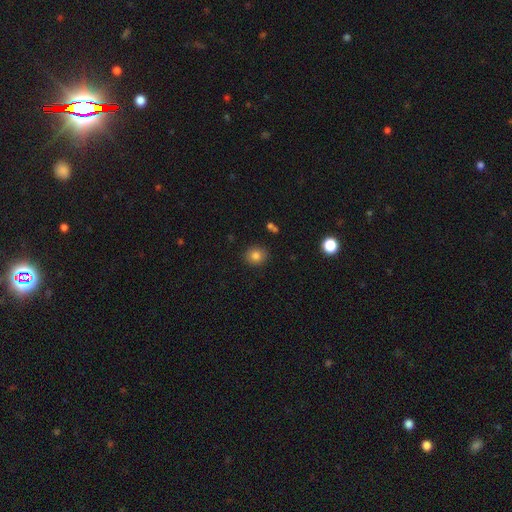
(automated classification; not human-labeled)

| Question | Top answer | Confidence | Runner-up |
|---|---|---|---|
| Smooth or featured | smooth | 82% | star or artifact (11%) |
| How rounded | round | 79% | in between (20%) |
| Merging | none | 88% | minor disturbance (8%) |